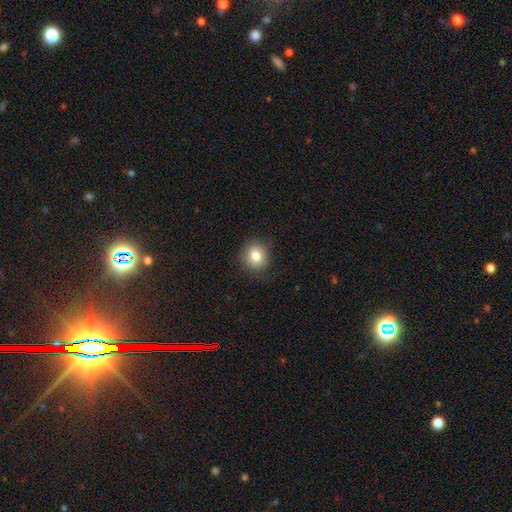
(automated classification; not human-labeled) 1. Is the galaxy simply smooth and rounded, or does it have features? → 82% smooth, 10% star or artifact, 8% featured or disk.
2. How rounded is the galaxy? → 87% round, 12% in between, 1% cigar-shaped.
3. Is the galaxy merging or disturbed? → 85% none, 11% minor disturbance, 3% major disturbance, 1% merger.